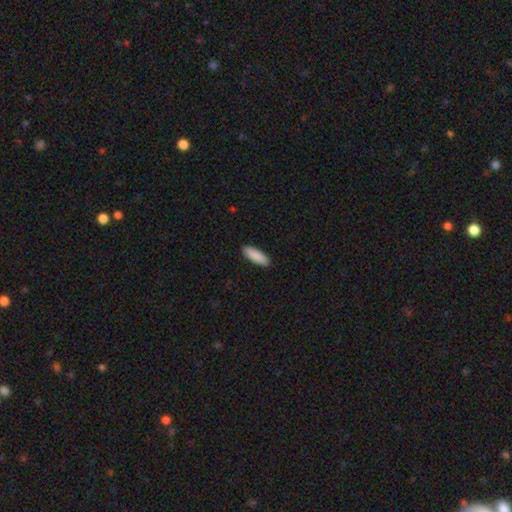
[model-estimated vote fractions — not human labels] This appears to be a smooth galaxy with no disk features (90%) that is in between round and cigar-shaped (53%). Merging: none (90%).